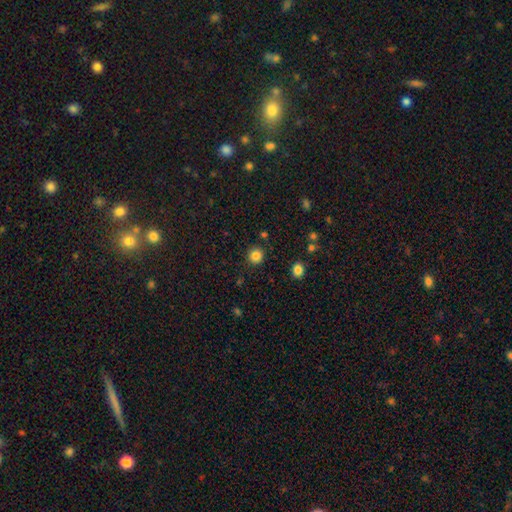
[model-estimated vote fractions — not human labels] A smooth galaxy with no disk features (84%) that is round (91%).

Vote fractions:
- Smooth or featured? smooth: 84% / star or artifact: 12% / featured or disk: 5%
- How rounded? round: 91% / in between: 8% / cigar-shaped: 1%
- Merging? none: 89% / minor disturbance: 7% / merger: 2% / major disturbance: 2%